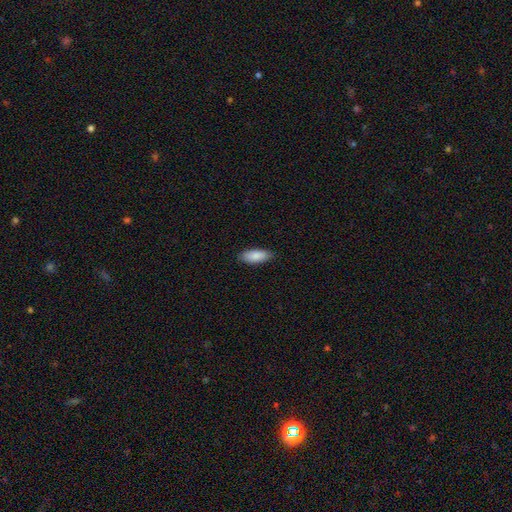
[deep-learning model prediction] smooth 86%, featured or disk 8%, star or artifact 6%. Down the decision tree: how rounded — in between (79%); merging — none (87%).